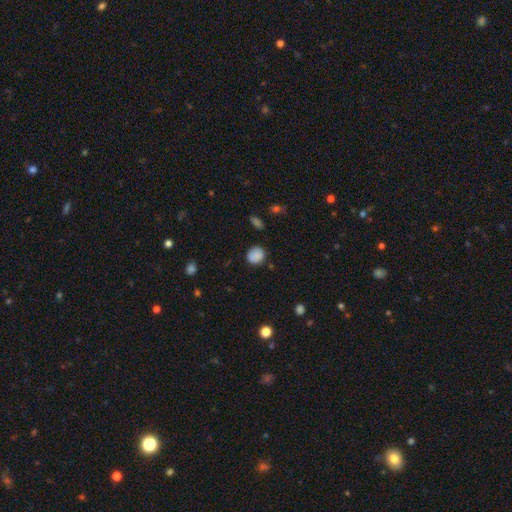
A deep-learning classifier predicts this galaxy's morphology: Smooth or featured?
  - smooth: 86% *
  - star or artifact: 10%
  - featured or disk: 5%
How rounded?
  - round: 76% *
  - in between: 23%
  - cigar-shaped: 1%
Merging?
  - none: 80% *
  - minor disturbance: 14%
  - major disturbance: 4%
  - merger: 2%